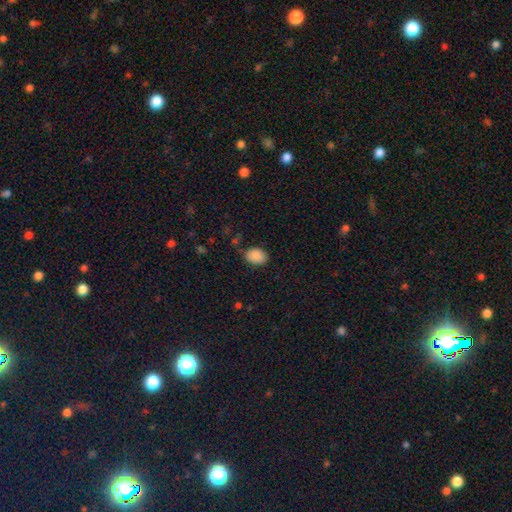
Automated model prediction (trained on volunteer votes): The model was most divided on "how rounded": in between: 73%, round: 26%, cigar-shaped: 1%. More confident: smooth or featured — smooth (88%); merging — none (78%).